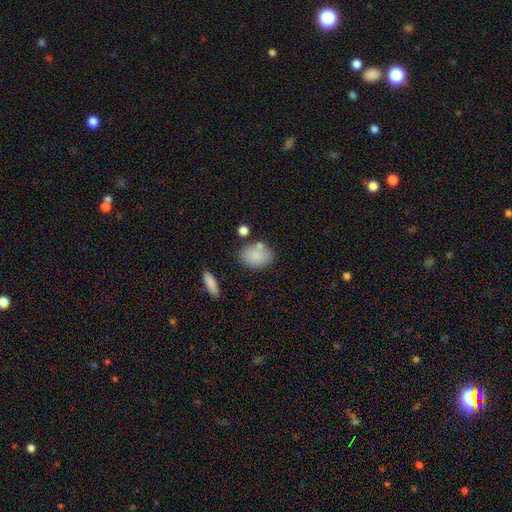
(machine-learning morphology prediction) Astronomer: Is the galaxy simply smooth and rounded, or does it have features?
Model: smooth — 82%.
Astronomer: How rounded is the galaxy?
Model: in between — 75%.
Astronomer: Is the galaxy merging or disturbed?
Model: none — 67%.